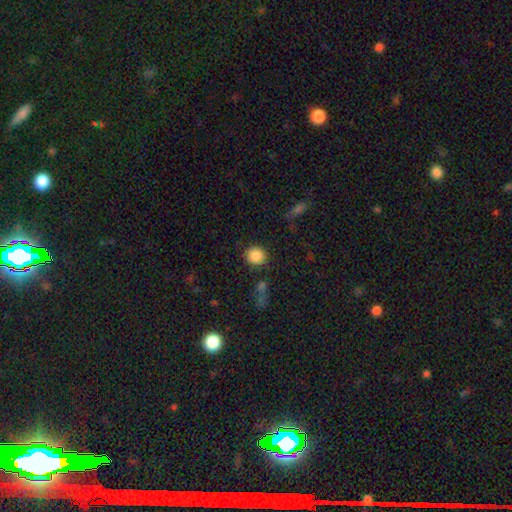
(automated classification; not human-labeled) A smooth galaxy with no disk features (87%) that is round (86%). Merging: none (86%).